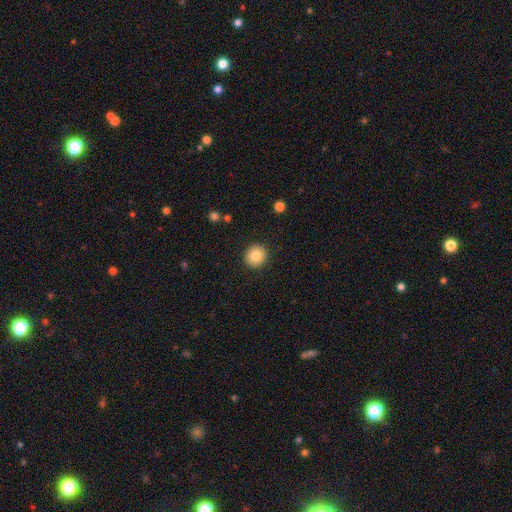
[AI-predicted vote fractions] This appears to be a smooth galaxy with no disk features (83%) that is round (91%). Merging: none (92%).